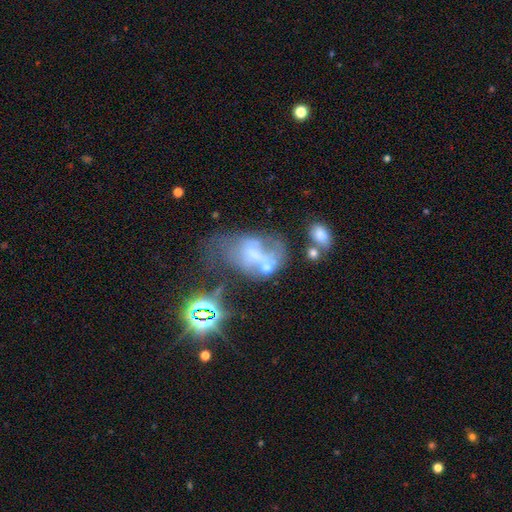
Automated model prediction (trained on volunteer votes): Smooth or featured?
  - featured or disk: 49% *
  - smooth: 28%
  - star or artifact: 23%
Merging?
  - major disturbance: 36% *
  - merger: 29%
  - none: 19%
  - minor disturbance: 16%